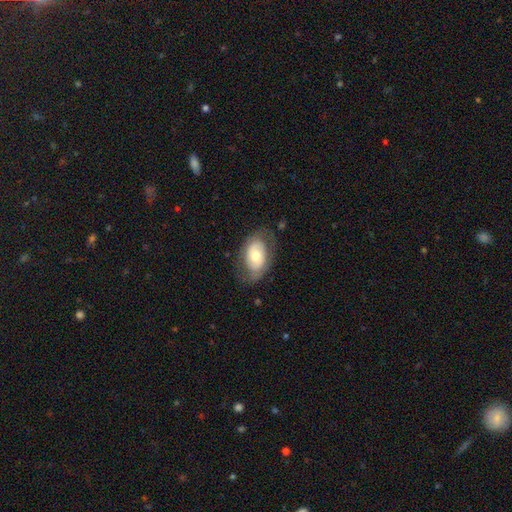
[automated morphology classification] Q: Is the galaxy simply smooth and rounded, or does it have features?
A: smooth — 50%.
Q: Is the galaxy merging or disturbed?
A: none — 69%.